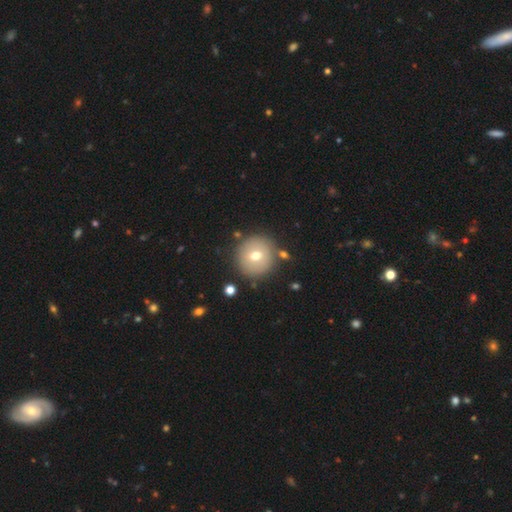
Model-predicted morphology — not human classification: type=smooth (68%); roundness=round (94%); merging=none (85%).